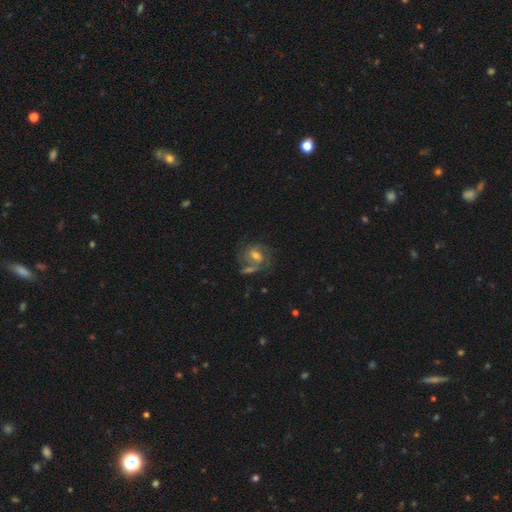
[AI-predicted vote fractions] The model was most divided on "bar": weak: 50%, no: 33%, strong: 18%. Remaining: edge-on disk — no (96%); spiral arms — yes (82%); smooth or featured — featured or disk (64%); spiral arm count — 2 (56%); bulge size — moderate (54%); merging — none (49%); spiral winding — medium (48%).